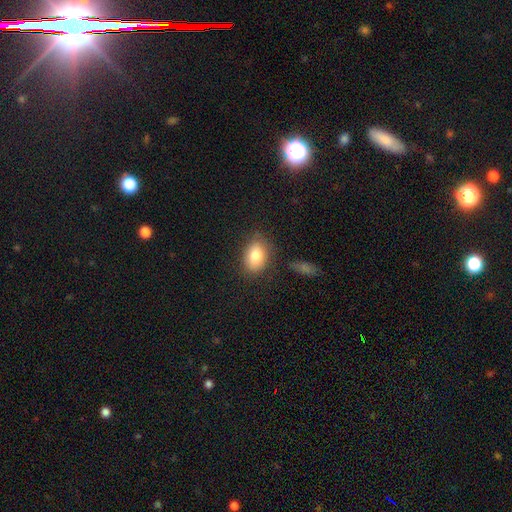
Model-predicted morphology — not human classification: Overall: smooth (82%). How rounded: in between (80%). Merging: none (77%).